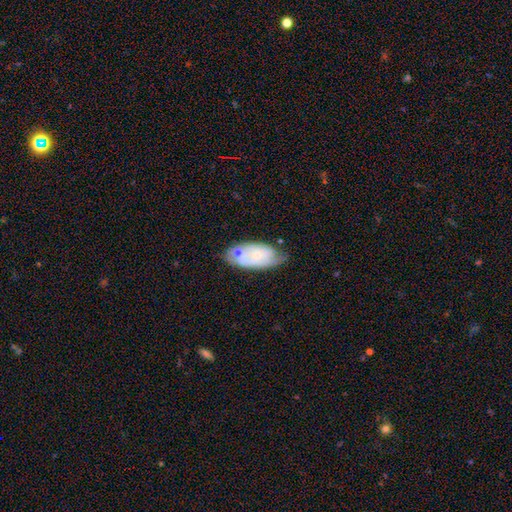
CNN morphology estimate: Smooth or featured?
  - featured or disk: 57% *
  - smooth: 37%
  - star or artifact: 6%
Edge-on disk?
  - no: 93% *
  - yes: 7%
Bar?
  - no: 81% *
  - weak: 16%
  - strong: 3%
Spiral arms?
  - yes: 54% *
  - no: 46%
Bulge size?
  - small: 61% *
  - moderate: 29%
  - none: 7%
  - large: 2%
  - dominant: 1%
Merging?
  - none: 44% *
  - minor disturbance: 30%
  - merger: 14%
  - major disturbance: 11%